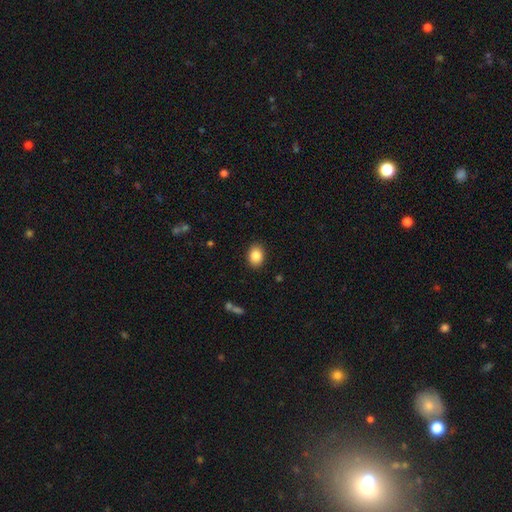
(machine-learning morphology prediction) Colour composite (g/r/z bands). It shows a smooth galaxy with no disk features (86%) that is in between round and cigar-shaped (67%). Merging: none (89%).